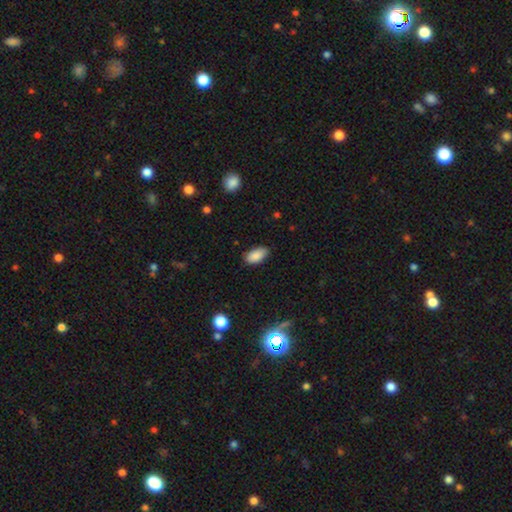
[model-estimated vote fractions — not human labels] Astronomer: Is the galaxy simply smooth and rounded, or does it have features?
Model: smooth — 87%.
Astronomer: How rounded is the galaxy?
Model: in between — 94%.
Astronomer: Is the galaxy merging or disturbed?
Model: none — 79%.